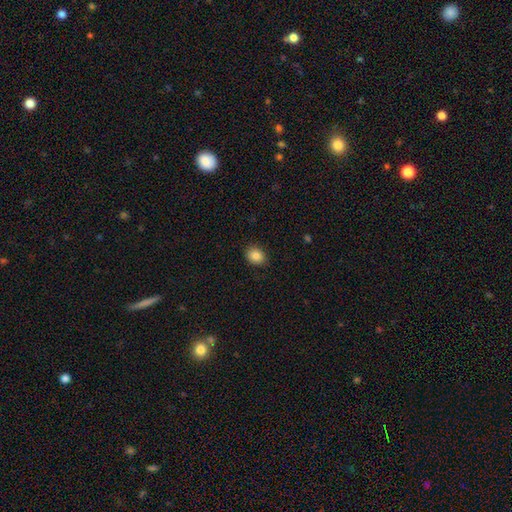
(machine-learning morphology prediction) A smooth galaxy with no disk features (85%) that is round (54%).

Vote fractions:
- Smooth or featured? smooth: 85% / star or artifact: 9% / featured or disk: 6%
- How rounded? round: 54% / in between: 46% / cigar-shaped: 1%
- Merging? none: 88% / minor disturbance: 9% / major disturbance: 2% / merger: 1%